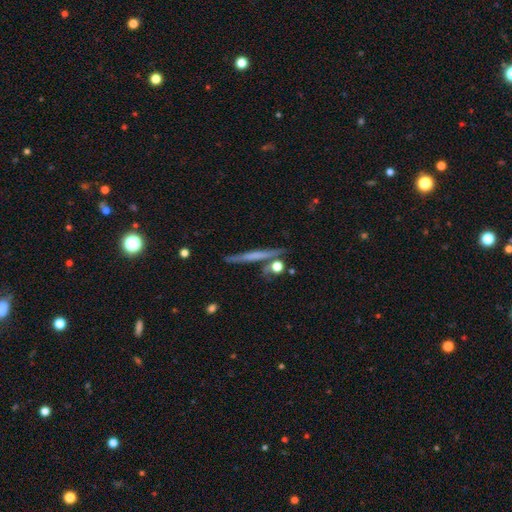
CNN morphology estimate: Smooth or featured? Predicted: featured or disk (p=0.50). Merging? Predicted: none (p=0.81).